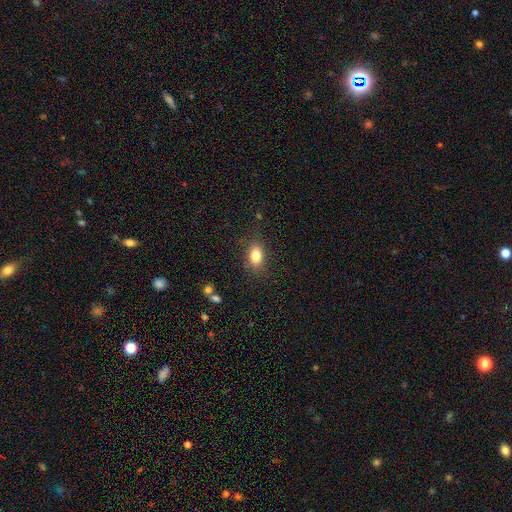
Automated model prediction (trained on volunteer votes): Smooth or featured? smooth (81%)
How rounded? in between (82%)
Merging? none (81%)